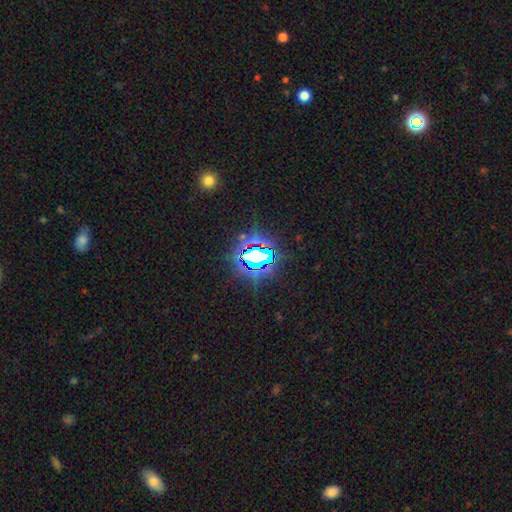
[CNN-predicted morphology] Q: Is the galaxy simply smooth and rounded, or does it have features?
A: star or artifact — 77%.